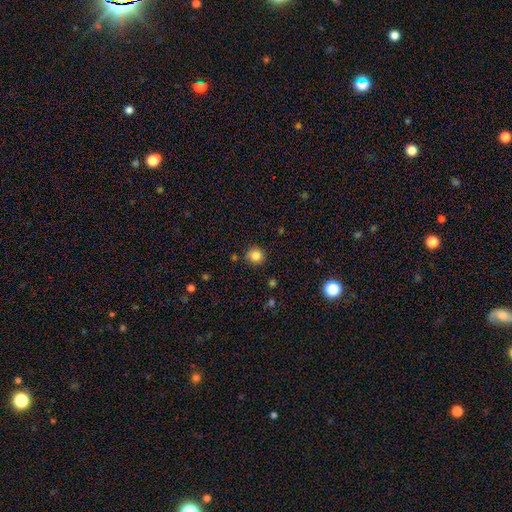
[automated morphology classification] Smooth or featured? Predicted: smooth (p=0.83). How rounded? Predicted: round (p=0.92). Merging? Predicted: none (p=0.87).